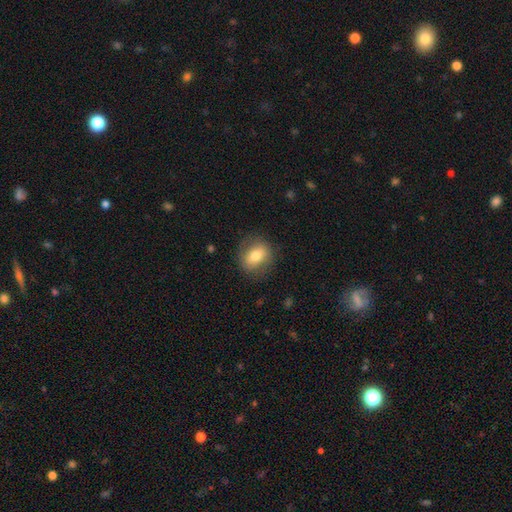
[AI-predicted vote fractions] smooth 68%, featured or disk 24%, star or artifact 8%. Down the decision tree: how rounded — in between (51%); merging — none (80%).